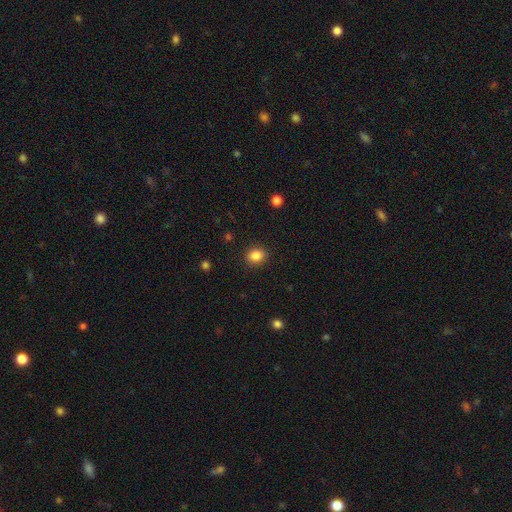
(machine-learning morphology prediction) Overall: smooth (86%). How rounded: round (59%; in between 40%). Merging: none (89%).